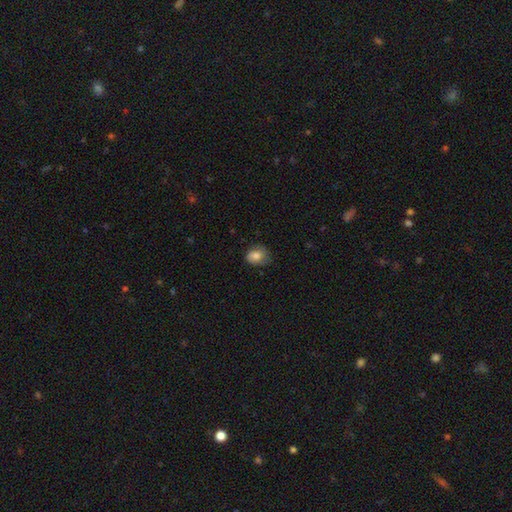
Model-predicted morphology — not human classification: Overall: smooth (79%). How rounded: round (50%; in between 49%). Merging: none (60%; minor disturbance 30%).